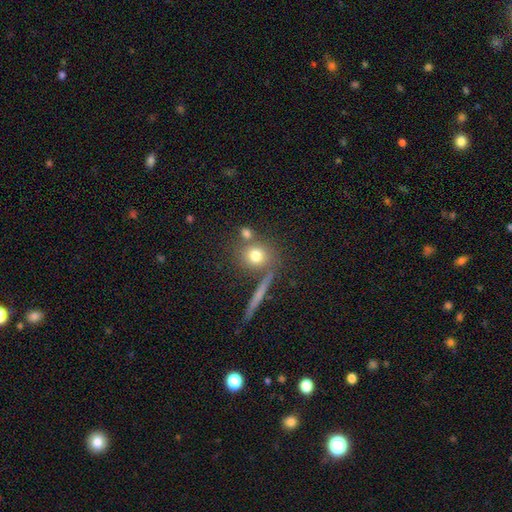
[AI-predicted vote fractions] Q: Smooth or featured?
A: smooth (73%); runner-up: featured or disk (14%)
Q: How rounded?
A: round (82%); runner-up: in between (13%)
Q: Merging?
A: none (69%); runner-up: merger (16%)